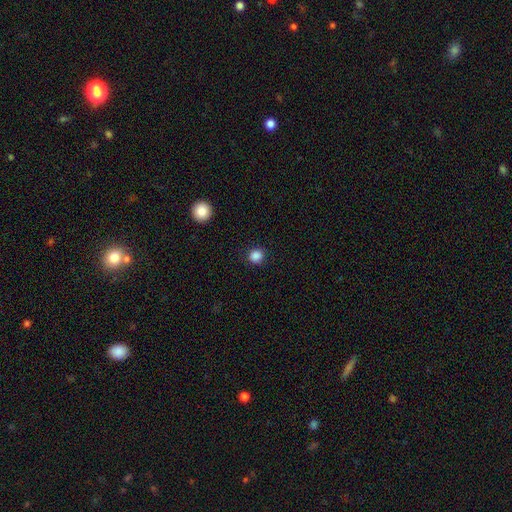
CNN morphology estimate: smooth_or_featured: smooth (p=0.86) [alt: star or artifact p=0.11]
how_rounded: round (p=0.91) [alt: in between p=0.08]
merging: none (p=0.90) [alt: minor disturbance p=0.06]